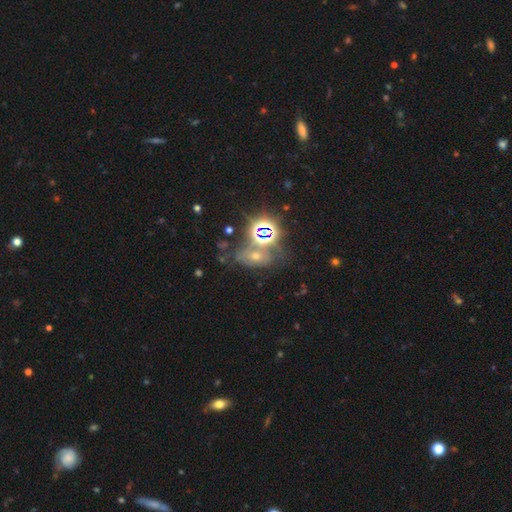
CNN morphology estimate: smooth_or_featured: star or artifact (p=0.59) [alt: smooth p=0.23]